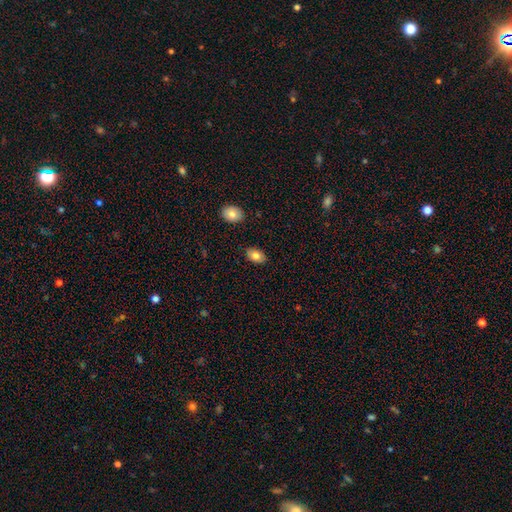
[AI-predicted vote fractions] Smooth or featured? Predicted: smooth (p=0.81). How rounded? Predicted: in between (p=0.90). Merging? Predicted: none (p=0.86).